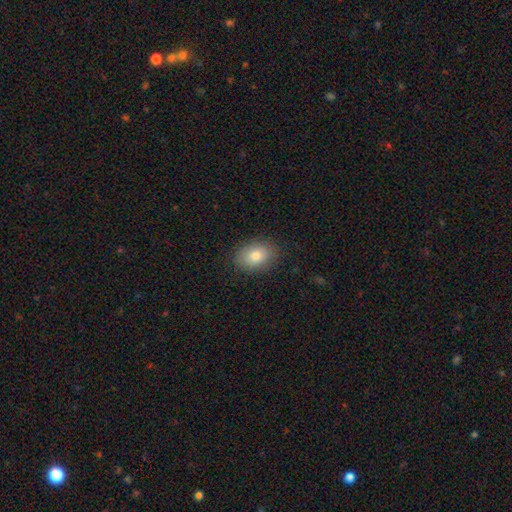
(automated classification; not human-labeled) Smooth or featured: smooth — 81% (featured or disk — 10%)
How rounded: in between — 78% (round — 20%)
Merging: none — 87% (minor disturbance — 9%)